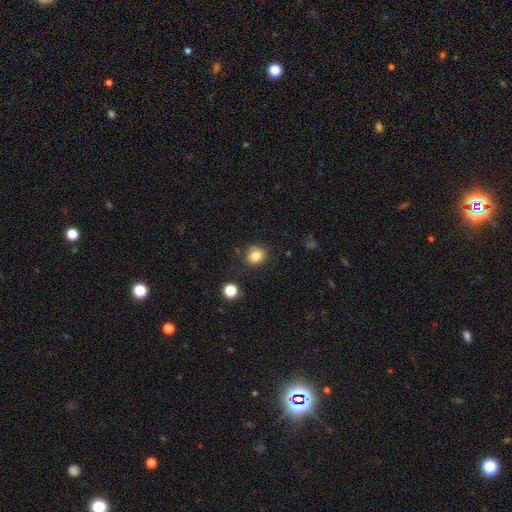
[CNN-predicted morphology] Q: Smooth or featured?
A: smooth (83%); runner-up: star or artifact (11%)
Q: How rounded?
A: round (81%); runner-up: in between (18%)
Q: Merging?
A: none (83%); runner-up: minor disturbance (11%)